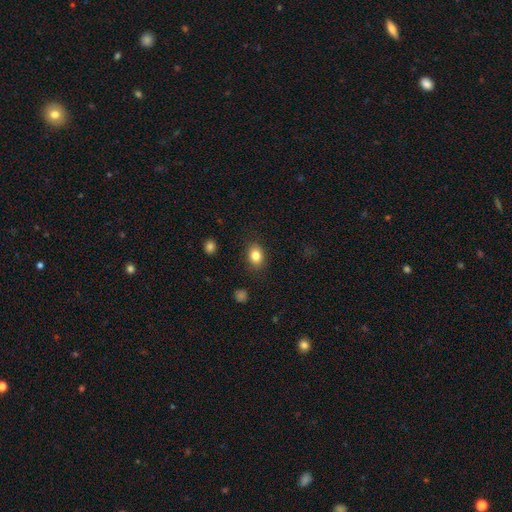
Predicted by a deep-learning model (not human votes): smooth_or_featured: smooth (p=0.84) [alt: star or artifact p=0.09]
how_rounded: in between (p=0.70) [alt: round p=0.29]
merging: none (p=0.85) [alt: minor disturbance p=0.11]